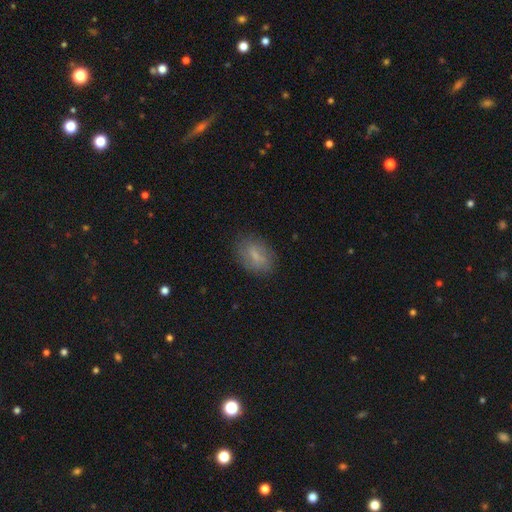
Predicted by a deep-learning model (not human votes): Overall: smooth (68%). How rounded: in between (82%). Merging: none (79%).